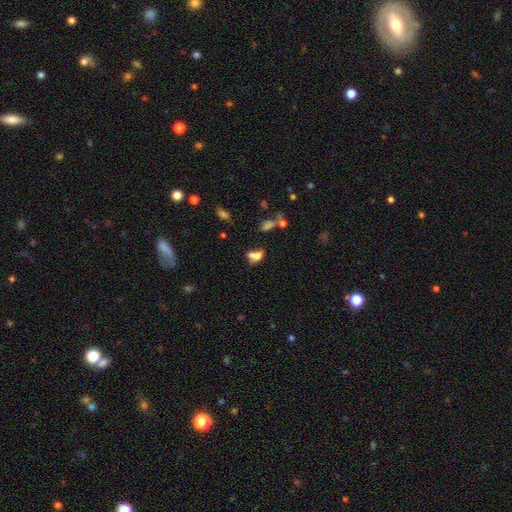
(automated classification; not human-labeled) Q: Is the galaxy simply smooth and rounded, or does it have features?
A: smooth — 71%.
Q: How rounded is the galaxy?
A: in between — 73%.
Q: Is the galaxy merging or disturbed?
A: merger — 50%.